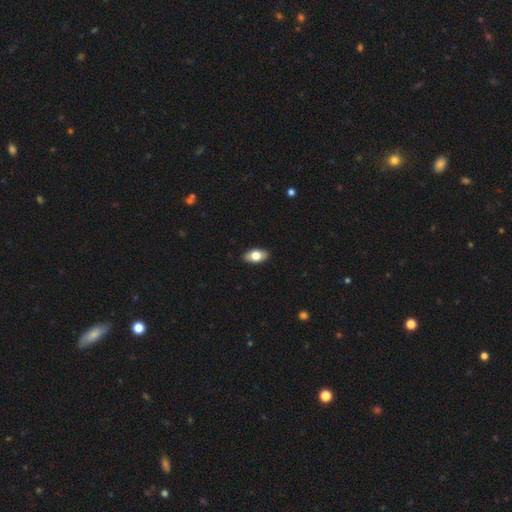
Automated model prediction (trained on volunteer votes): A smooth galaxy with no disk features (74%) that is in between round and cigar-shaped (91%). Merging: none (90%).